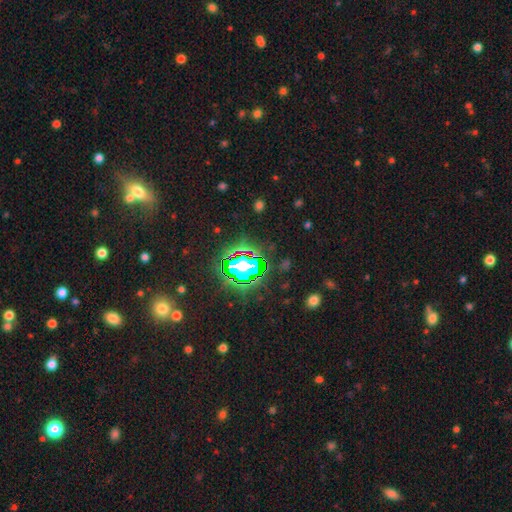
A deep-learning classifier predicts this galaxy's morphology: The model was most divided on "smooth or featured": star or artifact: 79%, smooth: 13%, featured or disk: 8%.